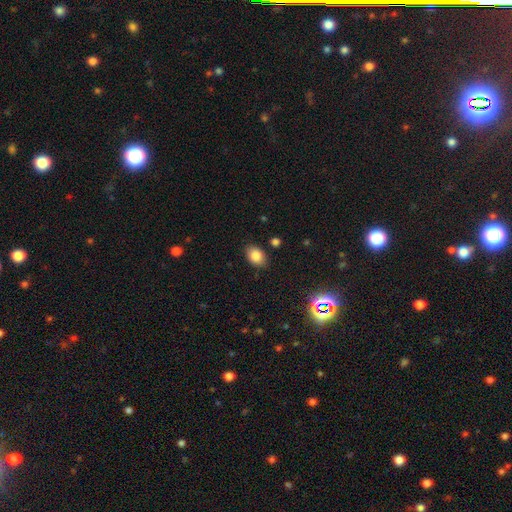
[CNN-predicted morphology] smooth-or-featured: smooth: 84% | star or artifact: 10% | featured or disk: 7%
  how-rounded: in between: 78% | round: 21% | cigar-shaped: 1%
  merging: none: 84% | minor disturbance: 11% | major disturbance: 3% | merger: 2%